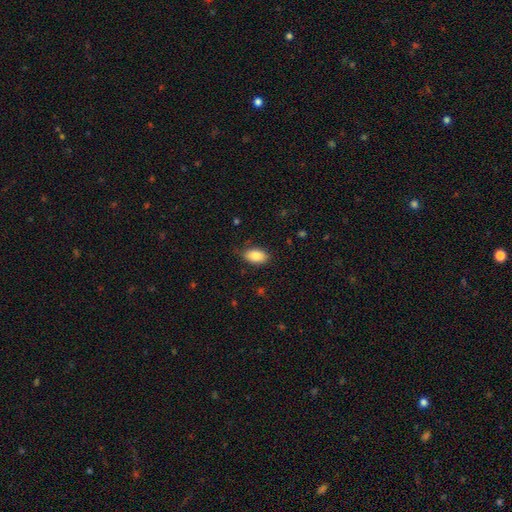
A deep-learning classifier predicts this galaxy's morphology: Smooth or featured? smooth (86%)
How rounded? in between (93%)
Merging? none (78%)